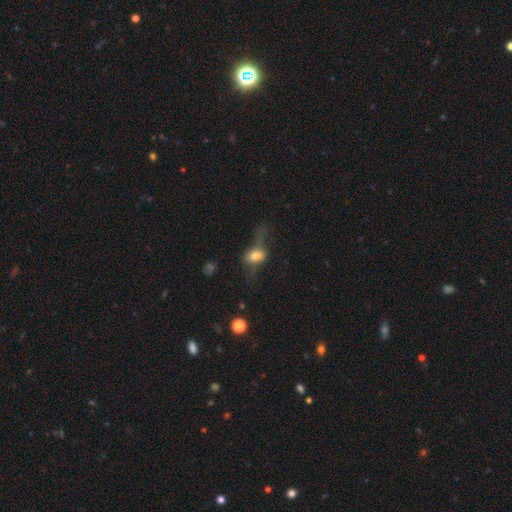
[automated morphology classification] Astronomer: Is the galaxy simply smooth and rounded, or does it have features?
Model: smooth — 58%.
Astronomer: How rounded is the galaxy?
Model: in between — 75%.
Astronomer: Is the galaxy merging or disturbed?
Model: major disturbance — 41% (runner-up: none, 33%).